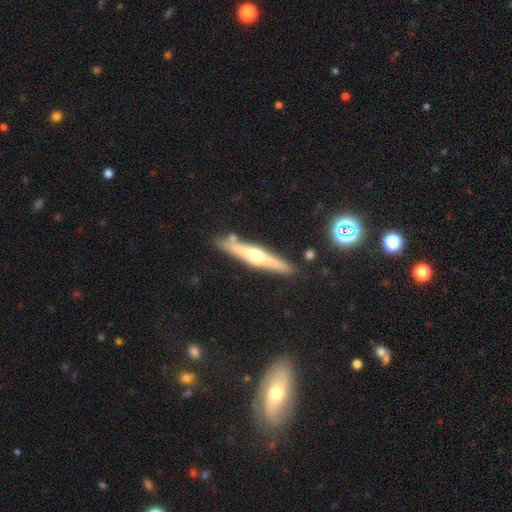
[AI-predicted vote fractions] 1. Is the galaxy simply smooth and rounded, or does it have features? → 63% featured or disk, 31% smooth, 6% star or artifact.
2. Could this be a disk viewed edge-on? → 95% yes, 5% no.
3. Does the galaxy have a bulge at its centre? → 91% rounded, 5% none, 4% boxy.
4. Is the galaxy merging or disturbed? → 83% none, 10% minor disturbance, 5% merger, 2% major disturbance.